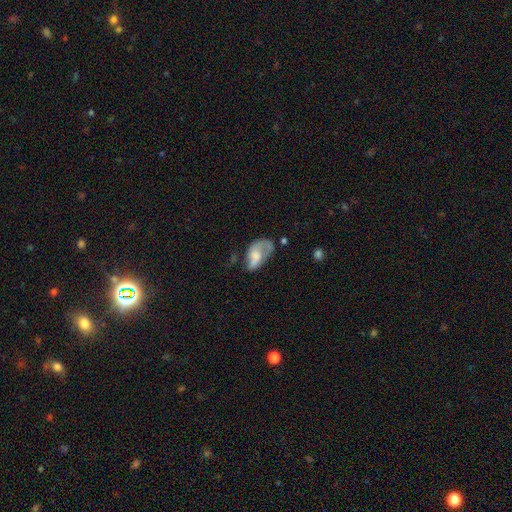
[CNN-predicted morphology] Smooth or featured? smooth (46%, tied with featured or disk)
Merging? major disturbance (37%)